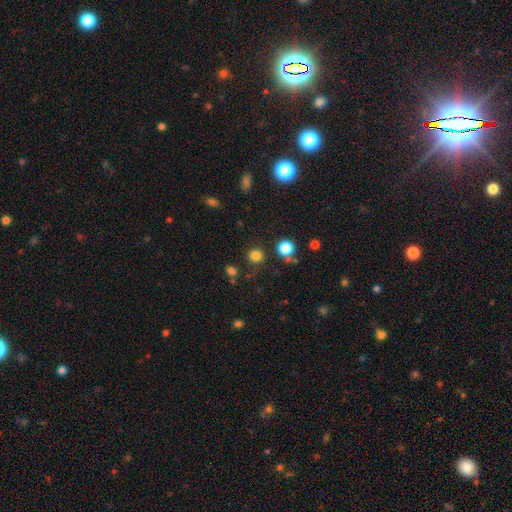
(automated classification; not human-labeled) smooth_or_featured: smooth (p=0.79) [alt: star or artifact p=0.16]
how_rounded: round (p=0.90) [alt: in between p=0.09]
merging: none (p=0.83) [alt: minor disturbance p=0.08]